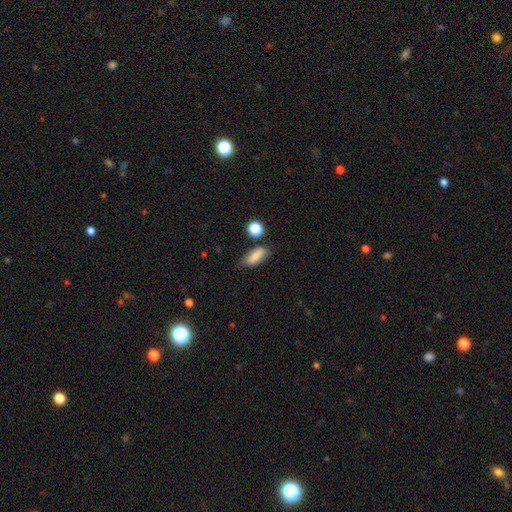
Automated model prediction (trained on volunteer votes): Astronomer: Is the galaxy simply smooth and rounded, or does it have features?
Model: smooth — 82%.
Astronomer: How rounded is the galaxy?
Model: in between — 76%.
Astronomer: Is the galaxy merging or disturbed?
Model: none — 66%.